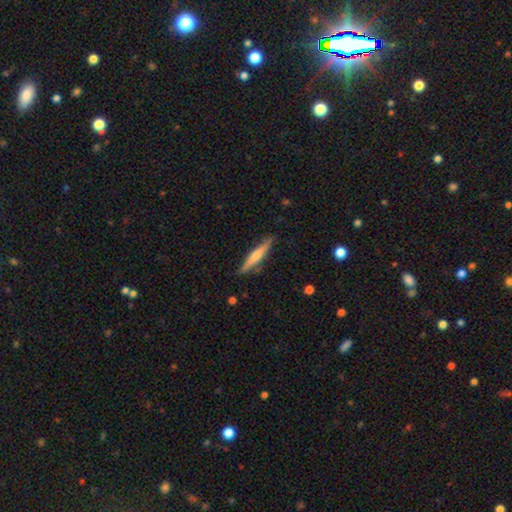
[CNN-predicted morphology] This appears to be a featured or disk galaxy (55%) viewed edge-on (96%) with a rounded central bulge (73%). Merging: none (87%).